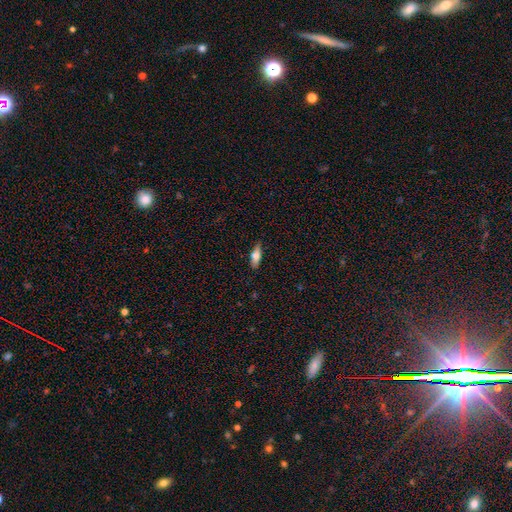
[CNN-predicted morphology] Smooth or featured?
  - smooth: 66% *
  - featured or disk: 26%
  - star or artifact: 8%
How rounded?
  - in between: 56% *
  - cigar-shaped: 41%
  - round: 3%
Merging?
  - none: 77% *
  - minor disturbance: 17%
  - major disturbance: 4%
  - merger: 2%